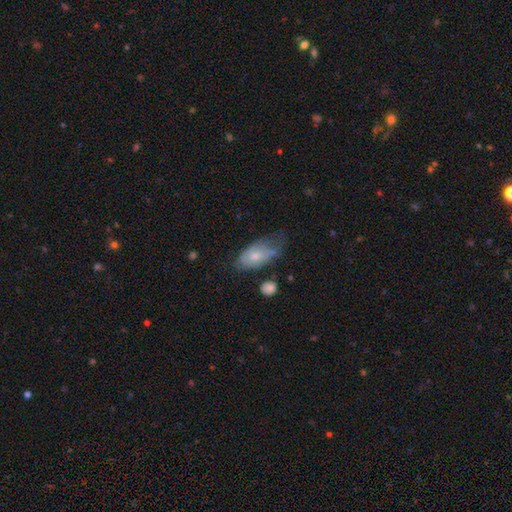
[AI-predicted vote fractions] Smooth or featured?
  - smooth: 63% *
  - featured or disk: 31%
  - star or artifact: 7%
How rounded?
  - in between: 91% *
  - cigar-shaped: 5%
  - round: 4%
Merging?
  - minor disturbance: 38% *
  - none: 32%
  - major disturbance: 25%
  - merger: 5%